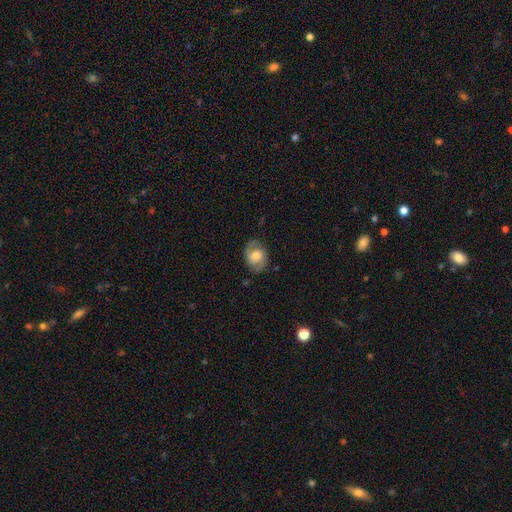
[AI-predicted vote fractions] Smooth or featured? Predicted: featured or disk (p=0.61). Edge-on disk? Predicted: no (p=0.96). Bar? Predicted: no (p=0.59). Spiral arms? Predicted: yes (p=0.85). Spiral winding? Predicted: medium (p=0.49). Spiral arm count? Predicted: 2 (p=0.85). Bulge size? Predicted: moderate (p=0.59). Merging? Predicted: none (p=0.78).